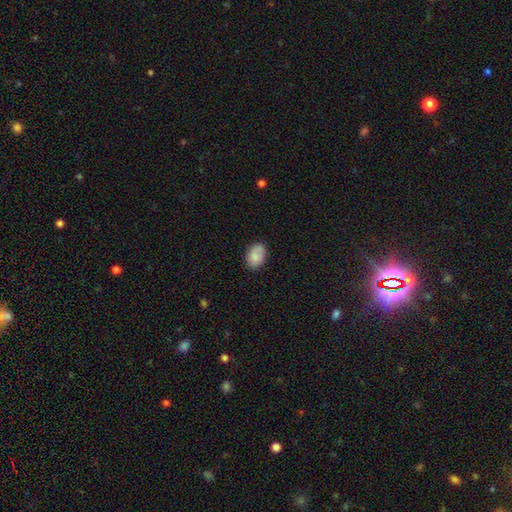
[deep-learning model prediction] smooth_or_featured: smooth (p=0.85) [alt: featured or disk p=0.08]
how_rounded: in between (p=0.85) [alt: round p=0.14]
merging: none (p=0.82) [alt: minor disturbance p=0.14]